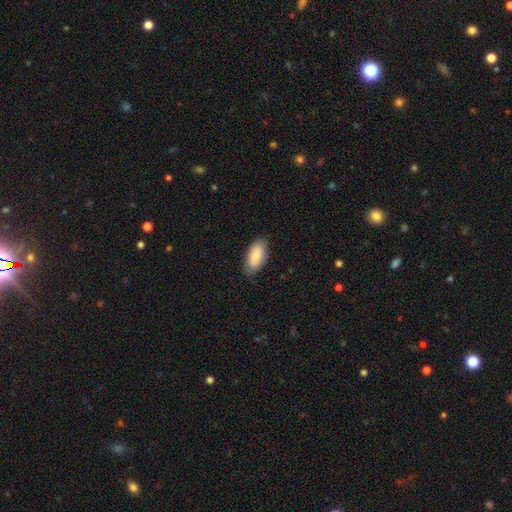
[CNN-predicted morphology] smooth-or-featured: smooth: 82% | featured or disk: 12% | star or artifact: 6%
  how-rounded: in between: 92% | cigar-shaped: 6% | round: 2%
  merging: none: 83% | minor disturbance: 14% | major disturbance: 3% | merger: 1%